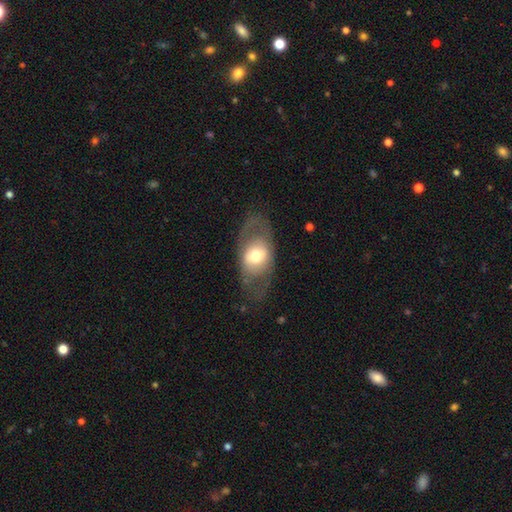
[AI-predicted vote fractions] This appears to be a featured or disk galaxy (48%). Merging: none (71%).